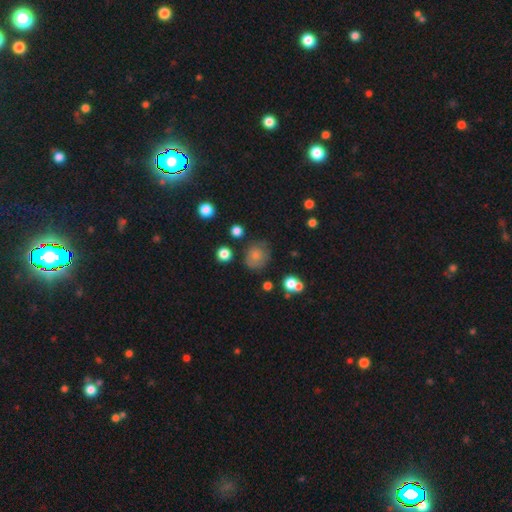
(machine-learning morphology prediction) Q: Smooth or featured?
A: smooth (70%); runner-up: featured or disk (18%)
Q: How rounded?
A: round (73%); runner-up: in between (26%)
Q: Merging?
A: none (64%); runner-up: minor disturbance (23%)